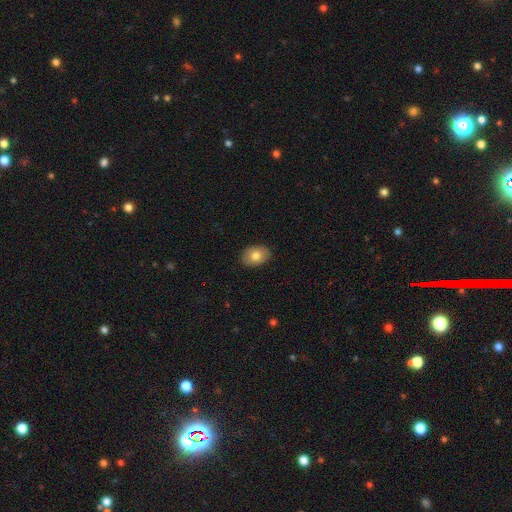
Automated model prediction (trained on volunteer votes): Smooth or featured?
  - smooth: 79% *
  - featured or disk: 14%
  - star or artifact: 7%
How rounded?
  - in between: 82% *
  - round: 17%
  - cigar-shaped: 1%
Merging?
  - none: 89% *
  - minor disturbance: 8%
  - major disturbance: 2%
  - merger: 1%